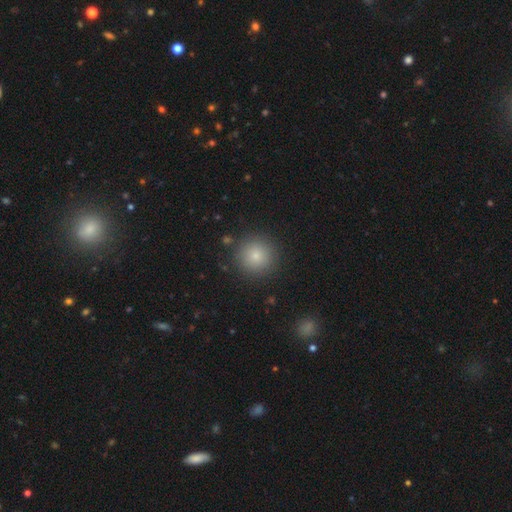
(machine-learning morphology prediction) smooth 82%, star or artifact 11%, featured or disk 7%. Down the decision tree: how rounded — round (95%); merging — none (89%).